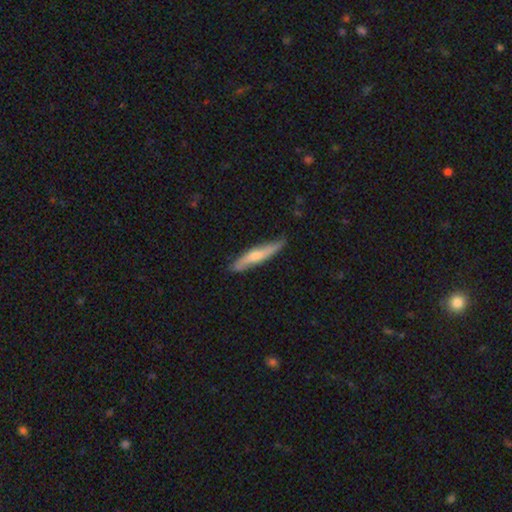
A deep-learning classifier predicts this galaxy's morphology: Q: Smooth or featured?
A: smooth (52%); runner-up: featured or disk (43%)
Q: How rounded?
A: cigar-shaped (89%); runner-up: in between (9%)
Q: Merging?
A: none (80%); runner-up: minor disturbance (16%)